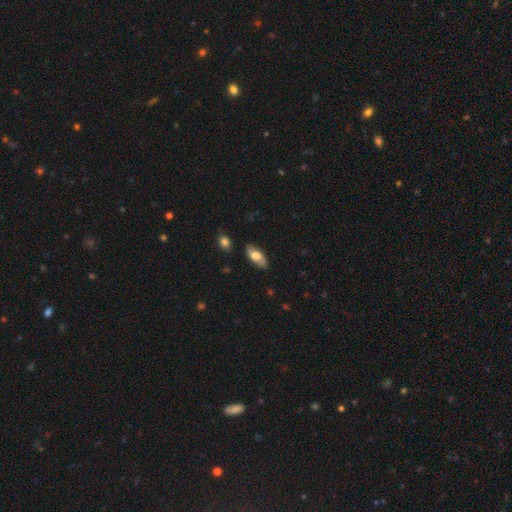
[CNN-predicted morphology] type=smooth (62%); roundness=in between (85%); merging=none (79%).